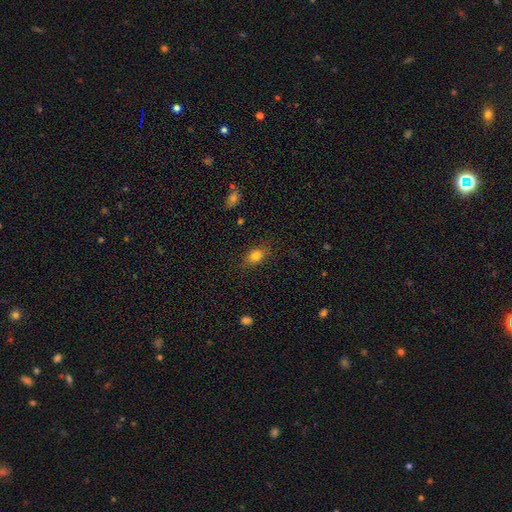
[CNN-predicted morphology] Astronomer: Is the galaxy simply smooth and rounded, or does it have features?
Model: smooth — 81%.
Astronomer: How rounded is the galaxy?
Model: in between — 76%.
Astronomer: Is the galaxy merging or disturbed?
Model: none — 82%.